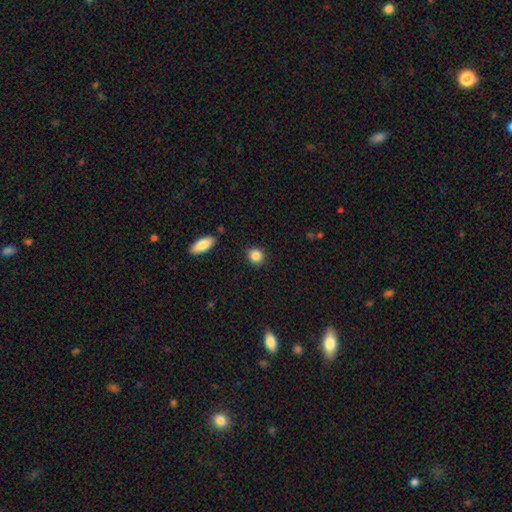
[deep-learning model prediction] Smooth or featured? Predicted: smooth (p=0.87). How rounded? Predicted: round (p=0.79). Merging? Predicted: none (p=0.89).